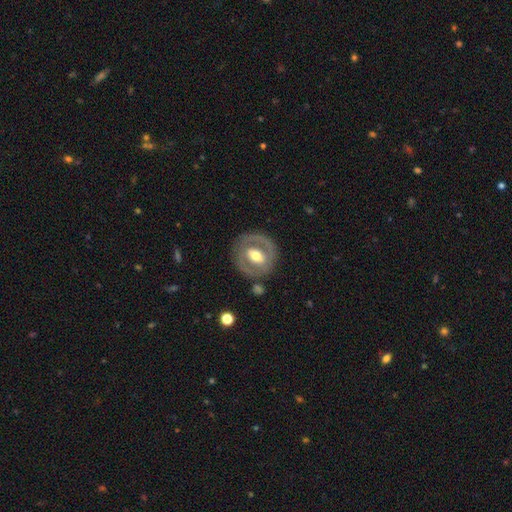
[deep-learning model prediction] Overall: featured or disk (67%; smooth 28%). Edge-on disk: no (95%). Bar: weak (39%; strong 32%). Spiral arms: no (56%; yes 44%). Bulge size: moderate (71%). Merging: none (78%).